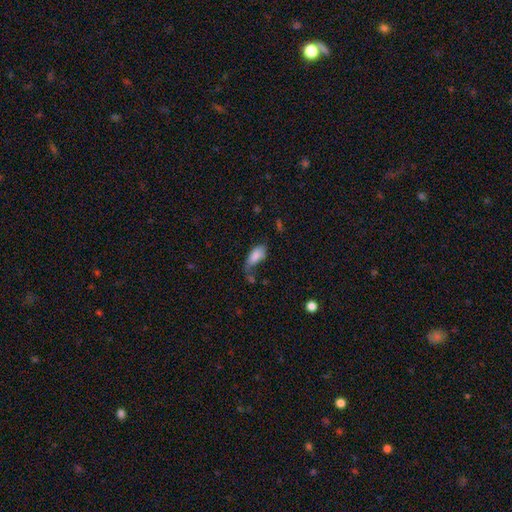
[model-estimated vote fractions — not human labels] Smooth or featured? Predicted: smooth (p=0.82). How rounded? Predicted: in between (p=0.89). Merging? Predicted: none (p=0.35).